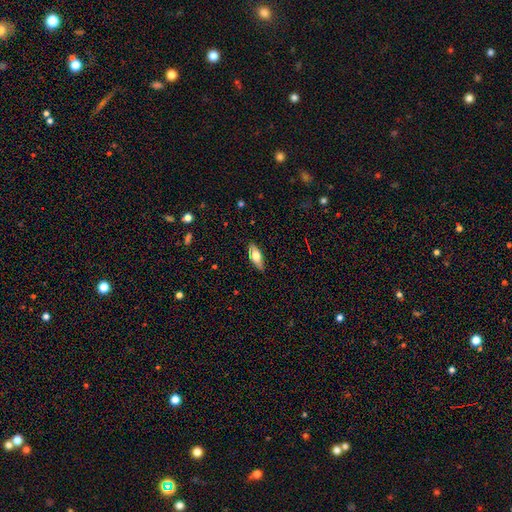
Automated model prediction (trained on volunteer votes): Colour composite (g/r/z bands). It shows a smooth galaxy with no disk features (62%) that is in between round and cigar-shaped (77%). Merging: none (84%).